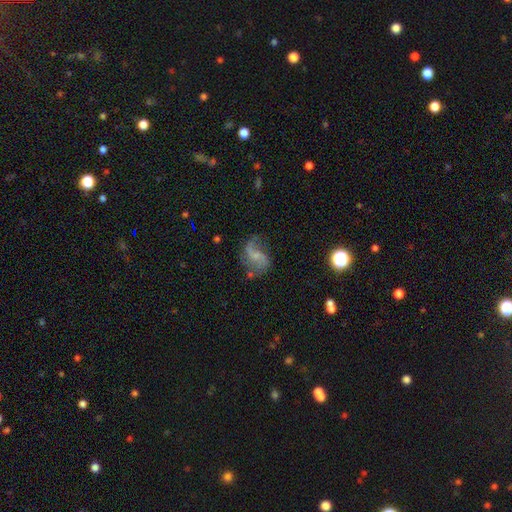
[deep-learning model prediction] Smooth or featured: featured or disk — 77% (smooth — 14%)
Edge-on disk: no — 98% (yes — 2%)
Bar: no — 48% (weak — 42%)
Spiral arms: yes — 92% (no — 8%)
Spiral winding: loose — 70% (medium — 25%)
Spiral arm count: 2 — 83% (1 — 8%)
Bulge size: small — 51% (none — 31%)
Merging: none — 55% (minor disturbance — 22%)